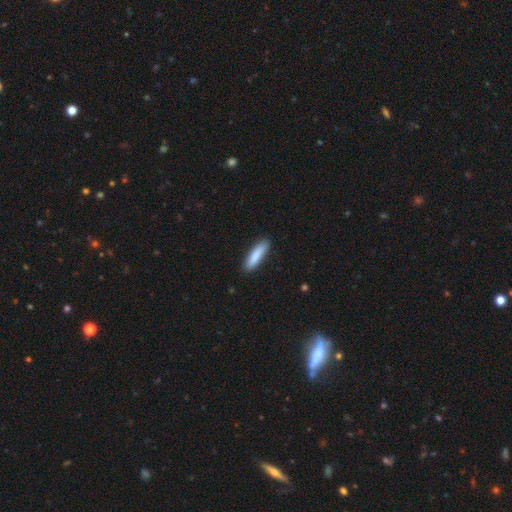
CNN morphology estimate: Smooth or featured?
  - smooth: 85% *
  - featured or disk: 9%
  - star or artifact: 6%
How rounded?
  - cigar-shaped: 75% *
  - in between: 24%
  - round: 1%
Merging?
  - none: 87% *
  - minor disturbance: 10%
  - major disturbance: 2%
  - merger: 1%